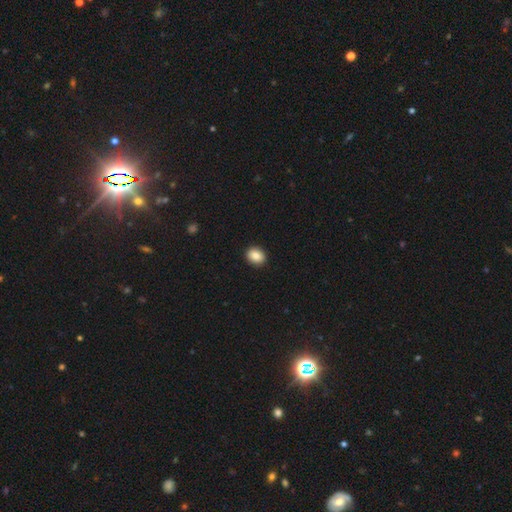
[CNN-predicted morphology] smooth_or_featured: smooth (p=0.86) [alt: star or artifact p=0.08]
how_rounded: round (p=0.51) [alt: in between p=0.48]
merging: none (p=0.92) [alt: minor disturbance p=0.05]